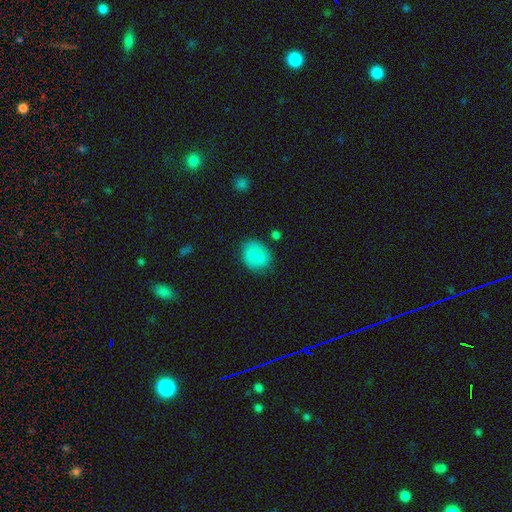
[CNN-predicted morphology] The model was most divided on "how rounded": in between: 51%, round: 48%, cigar-shaped: 1%. More confident: smooth or featured — smooth (83%); merging — none (79%).